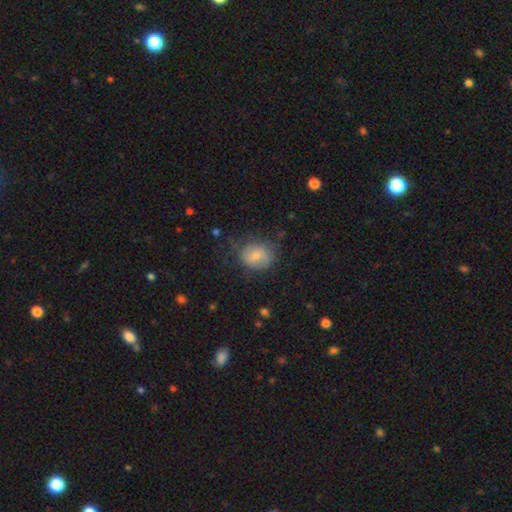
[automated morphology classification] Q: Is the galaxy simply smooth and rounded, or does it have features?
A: smooth — 70%.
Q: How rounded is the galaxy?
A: round — 62%.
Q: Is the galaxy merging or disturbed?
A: none — 59%.